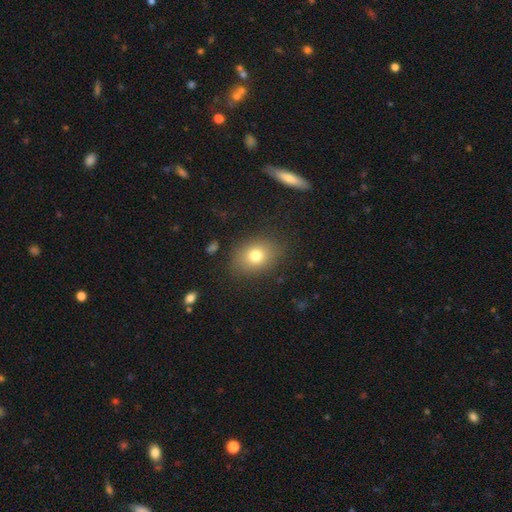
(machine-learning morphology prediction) Overall: smooth (76%). How rounded: in between (57%; round 41%). Merging: none (82%).